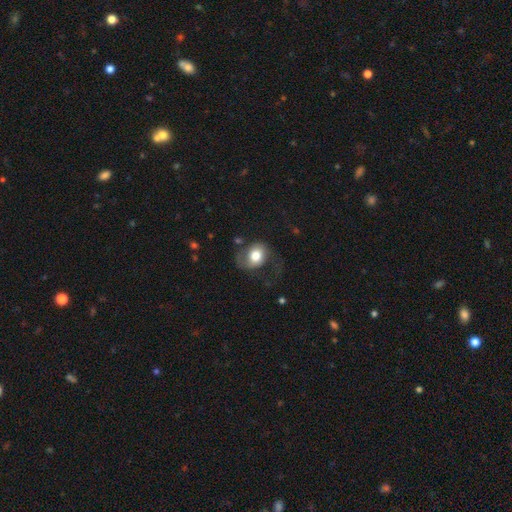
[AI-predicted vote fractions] smooth_or_featured: smooth (p=0.58) [alt: featured or disk p=0.34]
how_rounded: round (p=0.52) [alt: in between p=0.47]
merging: none (p=0.45) [alt: major disturbance p=0.29]